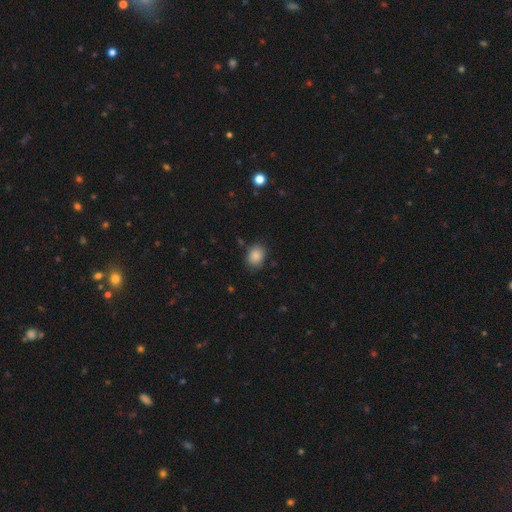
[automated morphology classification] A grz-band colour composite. It shows a smooth galaxy with no disk features (88%) that is in between round and cigar-shaped (62%). Merging: none (82%).